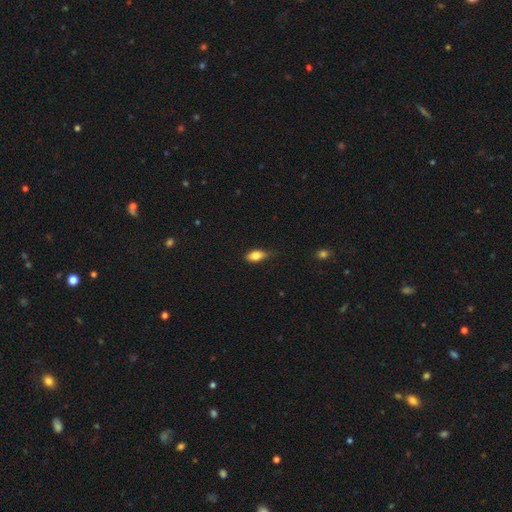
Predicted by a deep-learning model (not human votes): smooth-or-featured: smooth: 79% | featured or disk: 14% | star or artifact: 8%
  how-rounded: in between: 85% | cigar-shaped: 9% | round: 7%
  merging: none: 64% | minor disturbance: 30% | major disturbance: 5% | merger: 1%